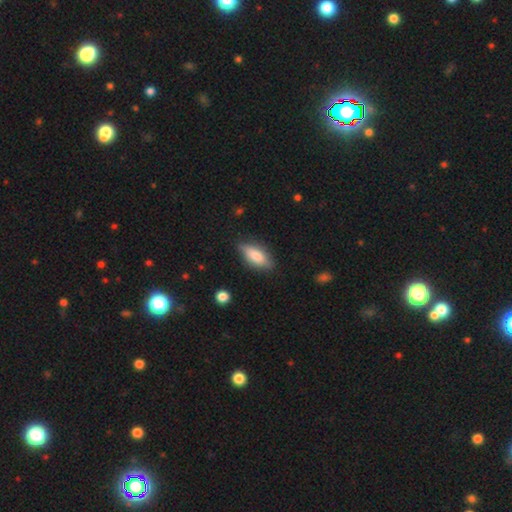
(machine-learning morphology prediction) smooth-or-featured: smooth: 73% | featured or disk: 20% | star or artifact: 7%
  how-rounded: in between: 75% | cigar-shaped: 22% | round: 3%
  merging: none: 77% | minor disturbance: 18% | major disturbance: 3% | merger: 2%